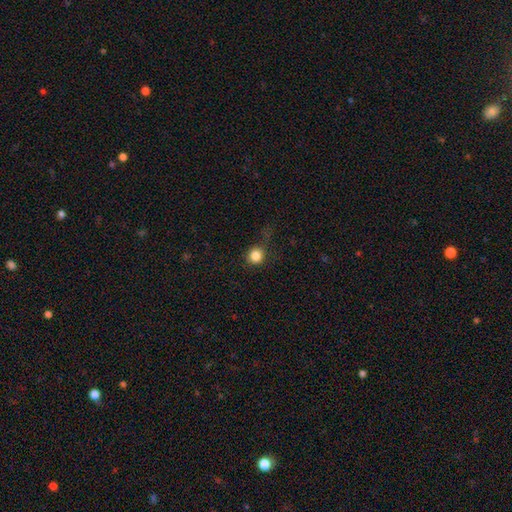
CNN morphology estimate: smooth-or-featured: smooth: 83% | star or artifact: 11% | featured or disk: 6%
  how-rounded: round: 91% | in between: 8% | cigar-shaped: 1%
  merging: none: 69% | minor disturbance: 18% | major disturbance: 11% | merger: 2%